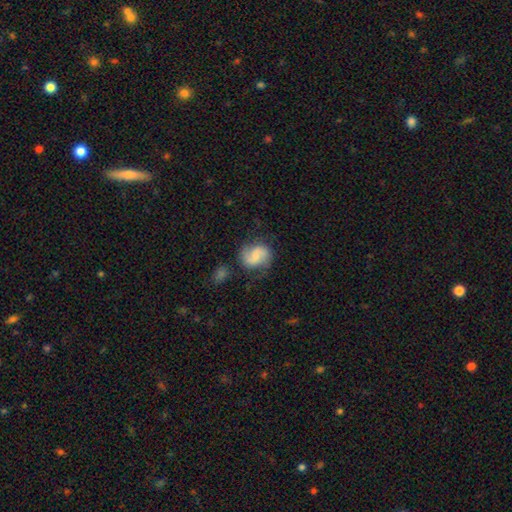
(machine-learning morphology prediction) Q: Smooth or featured?
A: featured or disk (56%); runner-up: smooth (37%)
Q: Edge-on disk?
A: no (98%); runner-up: yes (2%)
Q: Bar?
A: weak (45%); runner-up: no (42%)
Q: Spiral arms?
A: yes (90%); runner-up: no (10%)
Q: Bulge size?
A: small (49%); runner-up: moderate (31%)
Q: Merging?
A: none (65%); runner-up: minor disturbance (21%)